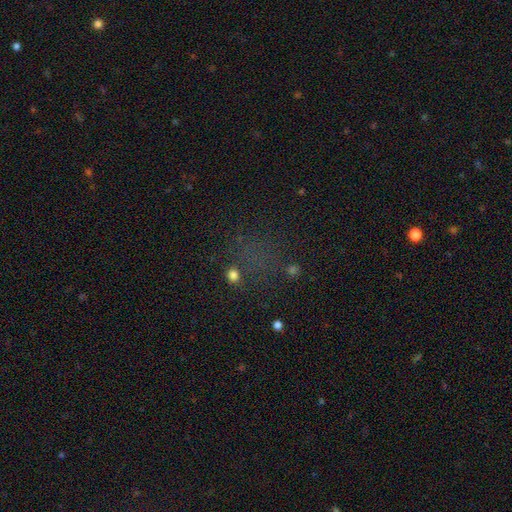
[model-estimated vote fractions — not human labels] Smooth or featured: star or artifact — 52% (smooth — 36%)